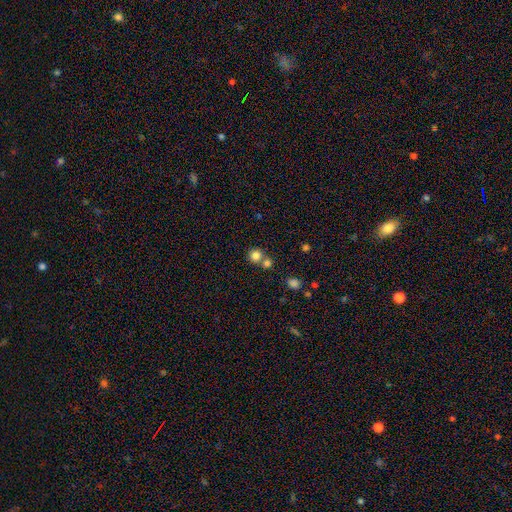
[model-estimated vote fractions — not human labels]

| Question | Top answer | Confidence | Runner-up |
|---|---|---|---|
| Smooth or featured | smooth | 81% | star or artifact (12%) |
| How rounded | round | 89% | in between (10%) |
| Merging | none | 57% | merger (33%) |